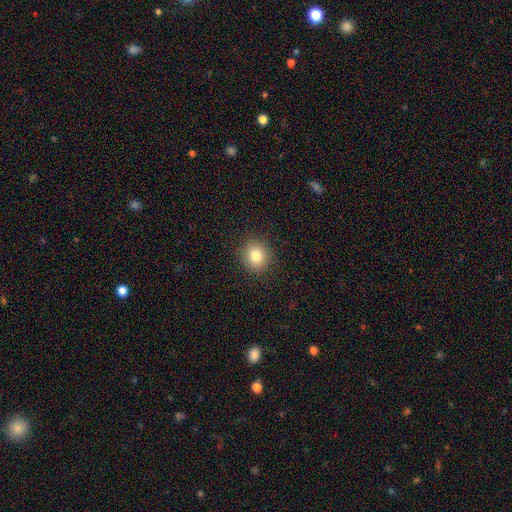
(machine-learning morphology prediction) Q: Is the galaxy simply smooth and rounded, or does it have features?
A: smooth — 82%.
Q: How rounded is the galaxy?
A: round — 87%.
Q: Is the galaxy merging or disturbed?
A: none — 91%.